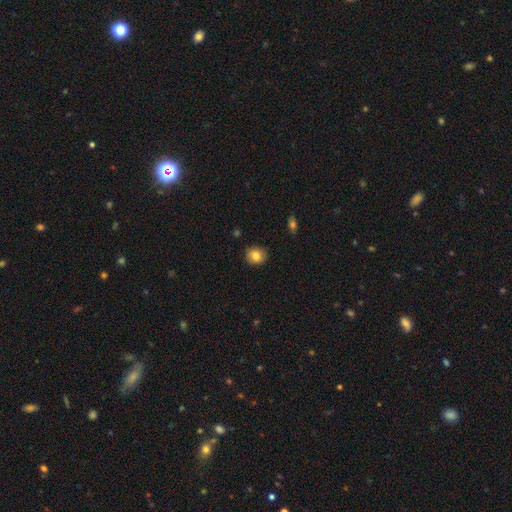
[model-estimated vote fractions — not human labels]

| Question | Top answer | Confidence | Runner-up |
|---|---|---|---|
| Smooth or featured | smooth | 83% | star or artifact (9%) |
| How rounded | round | 78% | in between (21%) |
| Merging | none | 87% | minor disturbance (10%) |